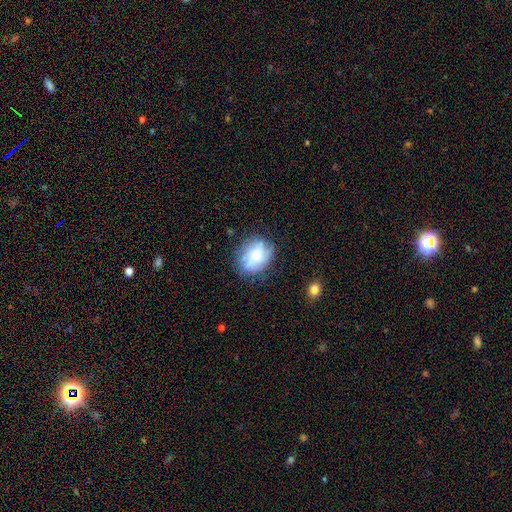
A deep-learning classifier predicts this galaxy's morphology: Smooth or featured? smooth (56%)
How rounded? in between (53%)
Merging? none (63%)